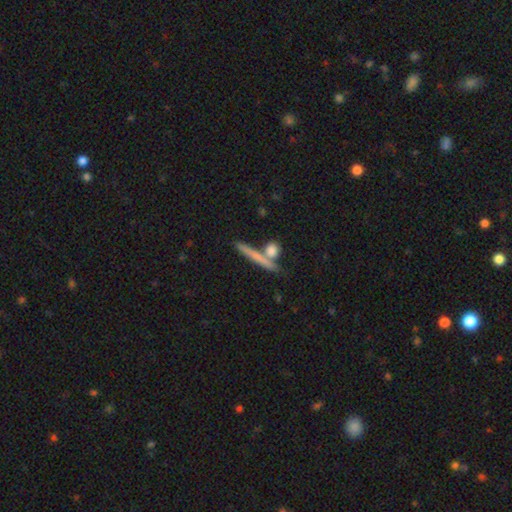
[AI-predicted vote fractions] This is likely a smooth galaxy (63%). How rounded: likely cigar-shaped (74%). Merging: likely none (68%).